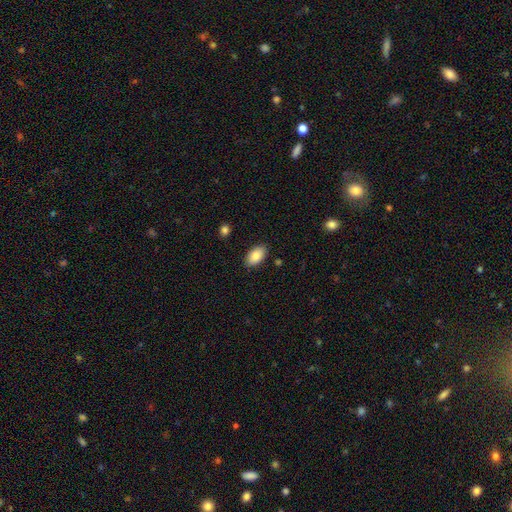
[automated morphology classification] Smooth or featured? smooth (85%)
How rounded? in between (94%)
Merging? none (88%)